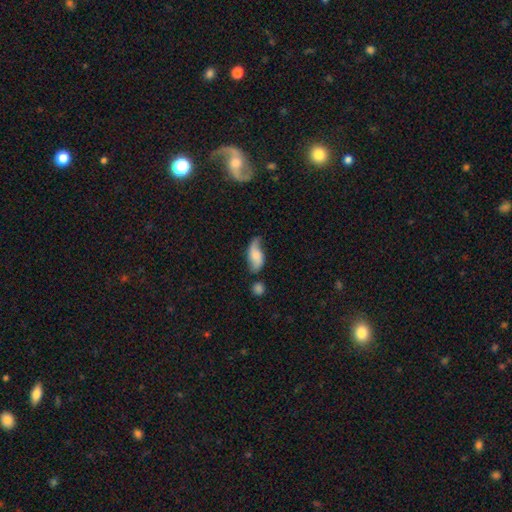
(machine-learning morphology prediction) Smooth or featured?
  - smooth: 52% *
  - featured or disk: 39%
  - star or artifact: 8%
How rounded?
  - in between: 86% *
  - cigar-shaped: 10%
  - round: 4%
Merging?
  - none: 43% *
  - minor disturbance: 33%
  - major disturbance: 15%
  - merger: 10%